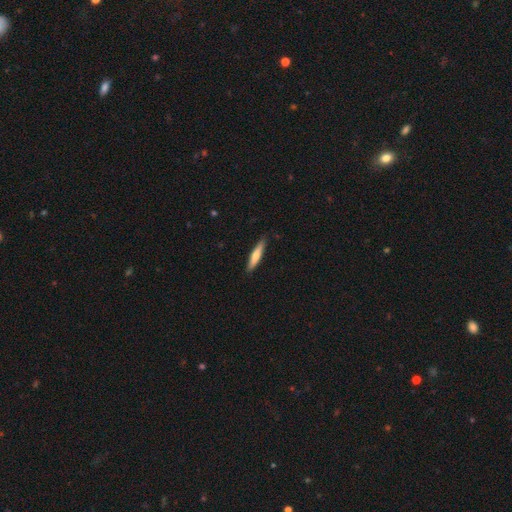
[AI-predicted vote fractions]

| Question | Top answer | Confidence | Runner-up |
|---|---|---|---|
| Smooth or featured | smooth | 66% | featured or disk (28%) |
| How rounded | cigar-shaped | 87% | in between (11%) |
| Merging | none | 88% | minor disturbance (10%) |